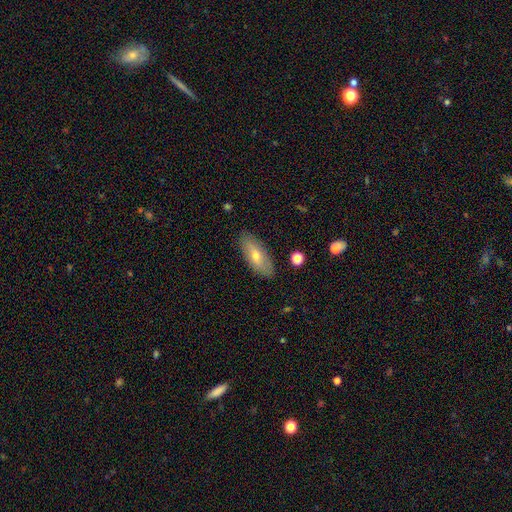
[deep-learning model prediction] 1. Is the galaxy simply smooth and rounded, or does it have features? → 60% smooth, 33% featured or disk, 7% star or artifact.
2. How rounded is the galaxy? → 78% in between, 20% cigar-shaped, 3% round.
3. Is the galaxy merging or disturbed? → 86% none, 10% minor disturbance, 2% major disturbance, 1% merger.